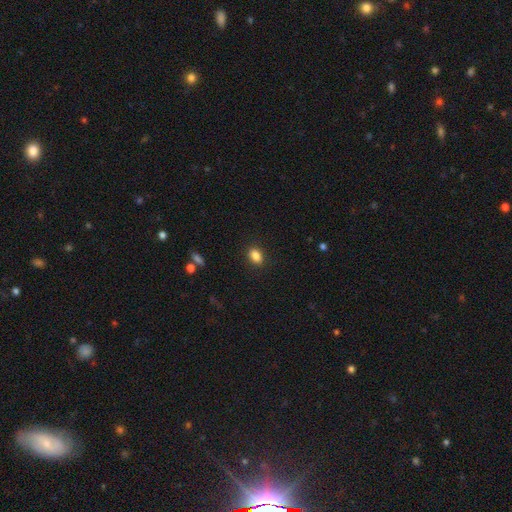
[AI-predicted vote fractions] Smooth or featured? smooth (86%)
How rounded? in between (74%)
Merging? none (88%)